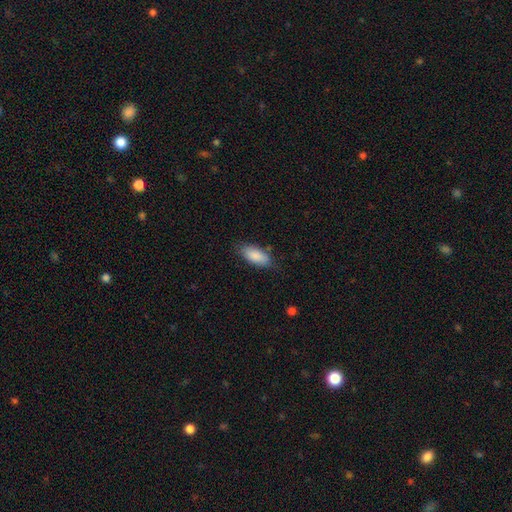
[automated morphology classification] Smooth or featured: smooth — 88% (featured or disk — 6%)
How rounded: in between — 88% (cigar-shaped — 10%)
Merging: none — 75% (minor disturbance — 19%)